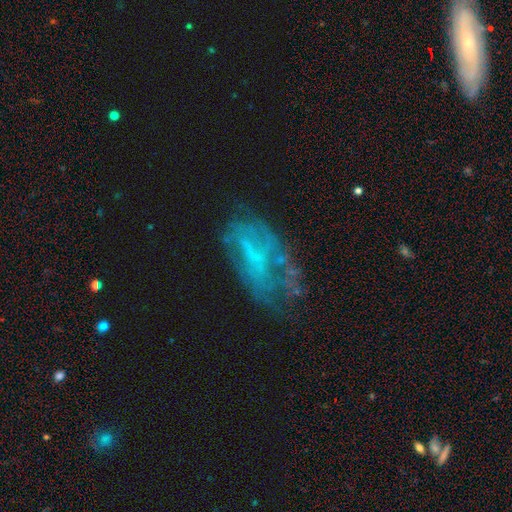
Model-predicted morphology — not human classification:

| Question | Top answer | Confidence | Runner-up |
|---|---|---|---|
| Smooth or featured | featured or disk | 59% | smooth (26%) |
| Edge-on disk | no | 96% | yes (4%) |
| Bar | no | 69% | weak (23%) |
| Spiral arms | no | 71% | yes (29%) |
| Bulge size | none | 67% | small (20%) |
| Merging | none | 42% | major disturbance (30%) |